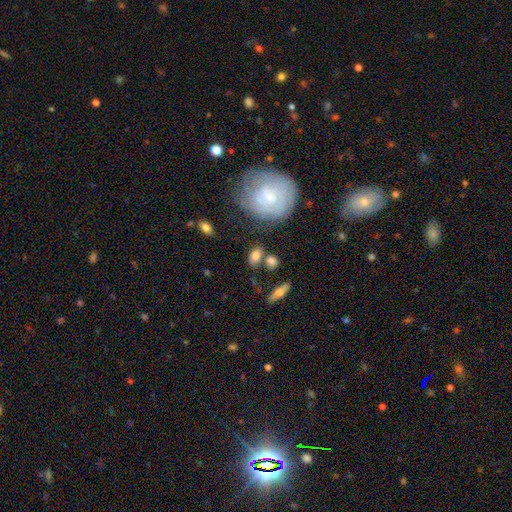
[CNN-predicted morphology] The model was most divided on "smooth or featured": smooth: 67%, featured or disk: 23%, star or artifact: 10%. More confident: how rounded — in between (77%); merging — none (63%).